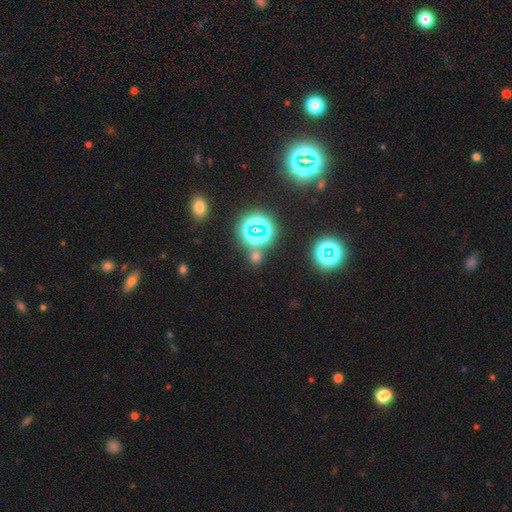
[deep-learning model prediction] This appears to be a star or artifact, not a galaxy (49%).